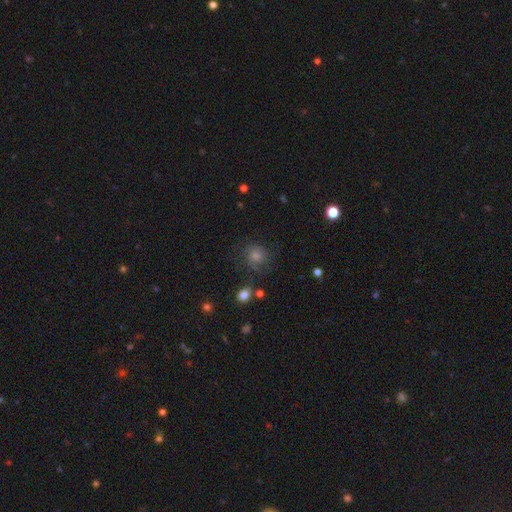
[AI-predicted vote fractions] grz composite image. It shows a smooth galaxy with no disk features (46%). Merging: none (76%).